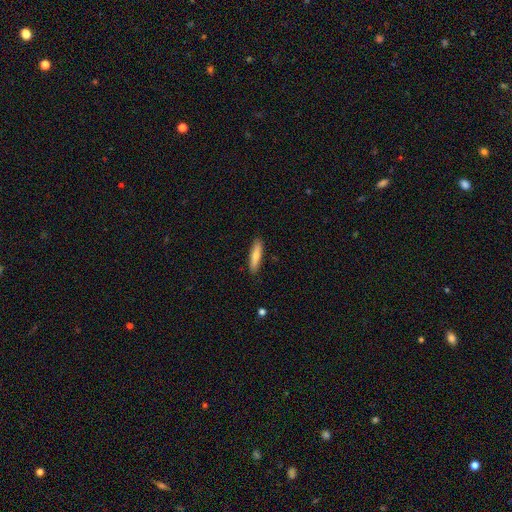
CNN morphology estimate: The model was most divided on "smooth or featured": smooth: 72%, featured or disk: 22%, star or artifact: 6%. More confident: merging — none (89%); how rounded — cigar-shaped (76%).